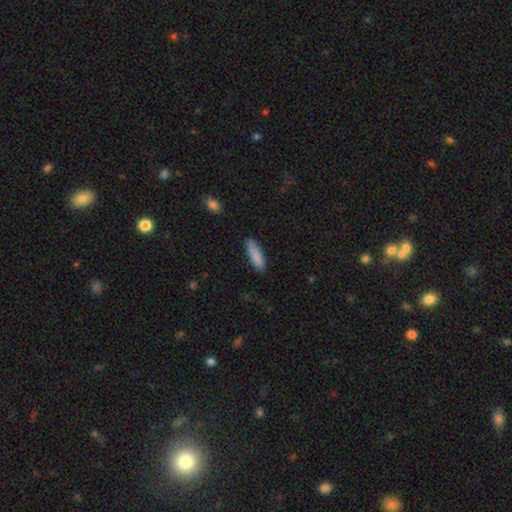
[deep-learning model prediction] This is clearly a smooth galaxy (87%). How rounded: likely cigar-shaped (62%). Merging: clearly none (84%).